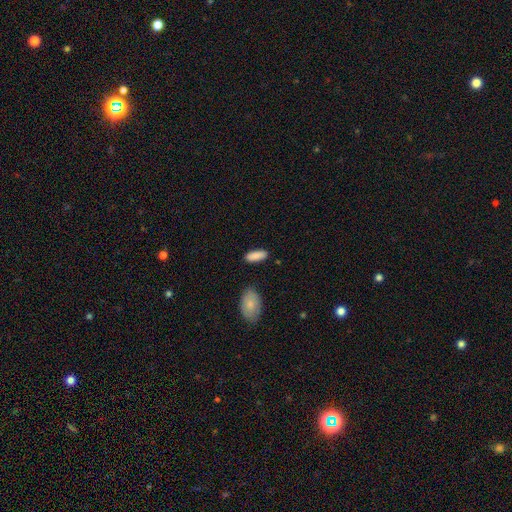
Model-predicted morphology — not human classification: smooth-or-featured: smooth: 88% | star or artifact: 6% | featured or disk: 6%
  how-rounded: in between: 72% | cigar-shaped: 26% | round: 2%
  merging: none: 83% | minor disturbance: 11% | merger: 3% | major disturbance: 2%